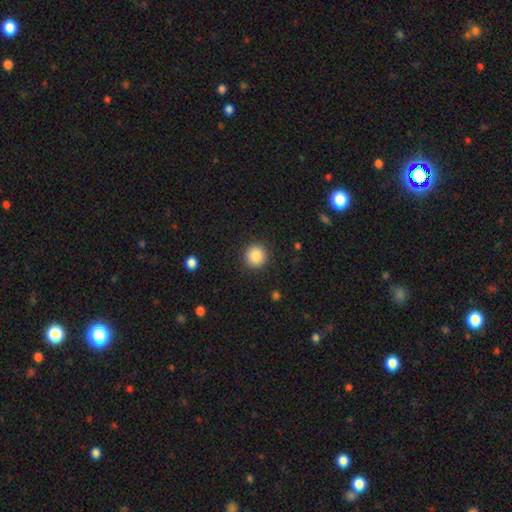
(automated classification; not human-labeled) Smooth or featured: smooth — 87% (star or artifact — 9%)
How rounded: round — 94% (in between — 6%)
Merging: none — 91% (minor disturbance — 6%)